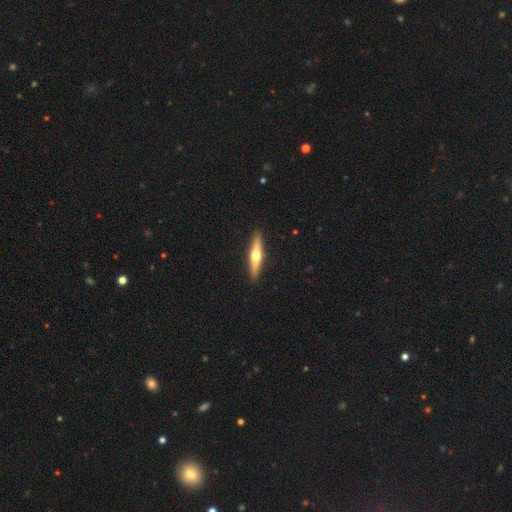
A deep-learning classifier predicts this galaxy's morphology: Smooth or featured? featured or disk (56%)
Edge-on disk? yes (95%)
Edge-on bulge? rounded (93%)
Merging? none (91%)